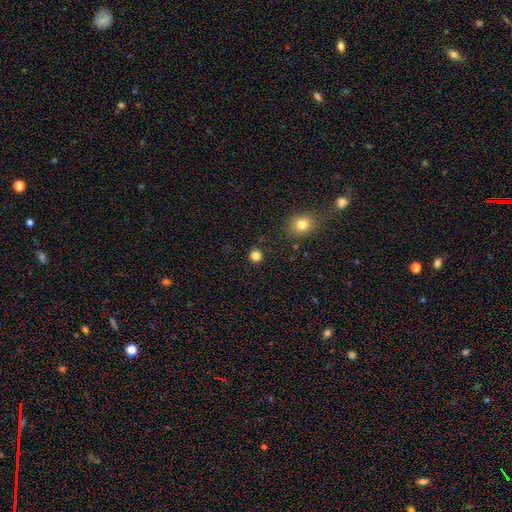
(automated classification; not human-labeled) Smooth or featured? Predicted: smooth (p=0.83). How rounded? Predicted: round (p=0.92). Merging? Predicted: none (p=0.89).